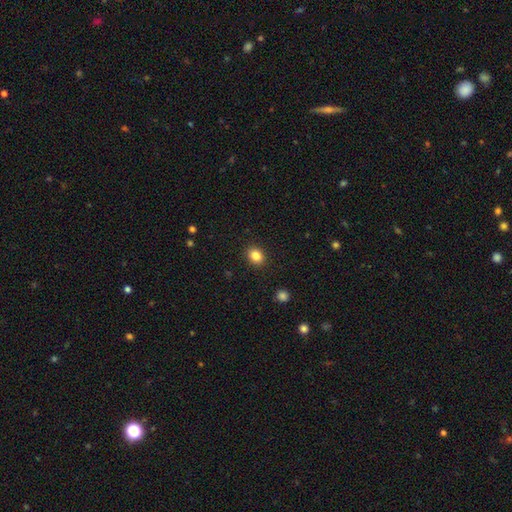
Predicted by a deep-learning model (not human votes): Morphology: type=smooth (85%); roundness=in between (50%); merging=none (90%).